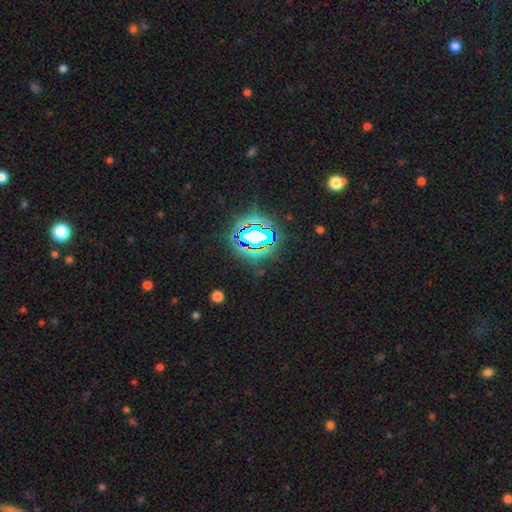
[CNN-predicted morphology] Smooth or featured? Predicted: star or artifact (p=0.79).